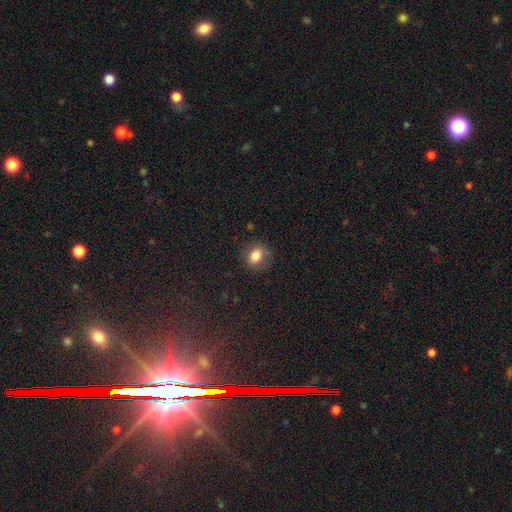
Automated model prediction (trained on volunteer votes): Overall: smooth (81%). How rounded: in between (53%; round 46%). Merging: none (79%).